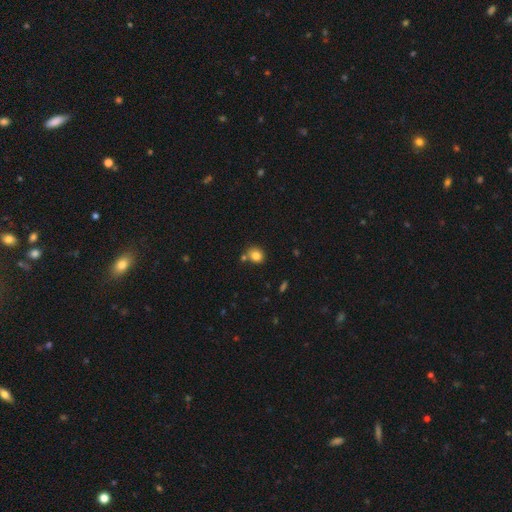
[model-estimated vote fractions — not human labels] Overall: smooth (82%). How rounded: round (72%). Merging: none (70%).